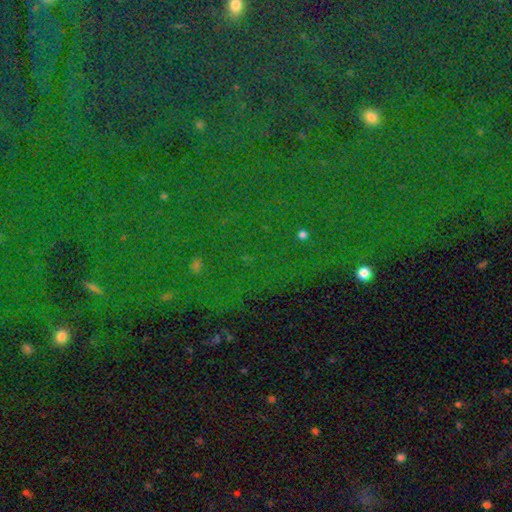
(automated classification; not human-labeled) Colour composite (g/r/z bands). It shows a star or artifact, not a galaxy (82%).